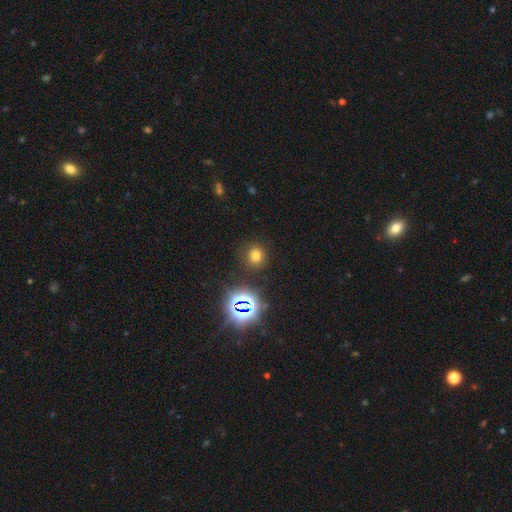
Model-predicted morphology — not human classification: This is likely a smooth galaxy (68%). How rounded: clearly round (86%). Merging: clearly none (86%).